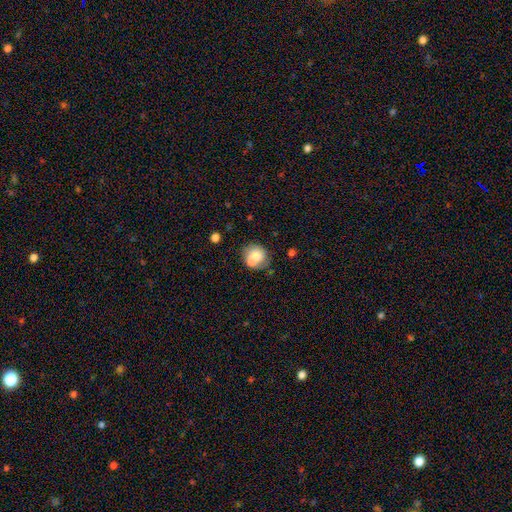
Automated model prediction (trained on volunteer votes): This is likely a smooth galaxy (71%). How rounded: likely round (75%). Merging: marginally none (45%).